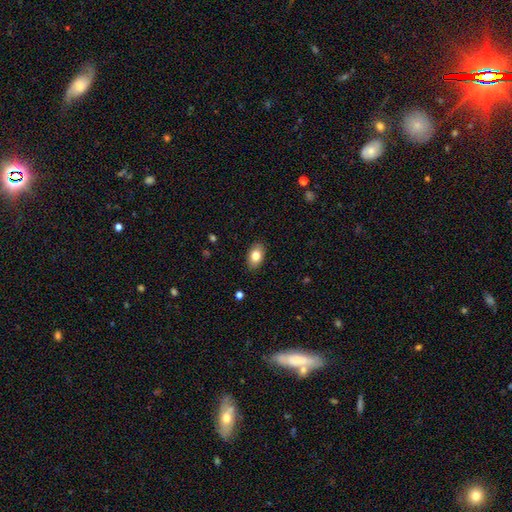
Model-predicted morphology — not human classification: Smooth or featured: smooth — 82% (featured or disk — 11%)
How rounded: in between — 90% (round — 9%)
Merging: none — 88% (minor disturbance — 9%)